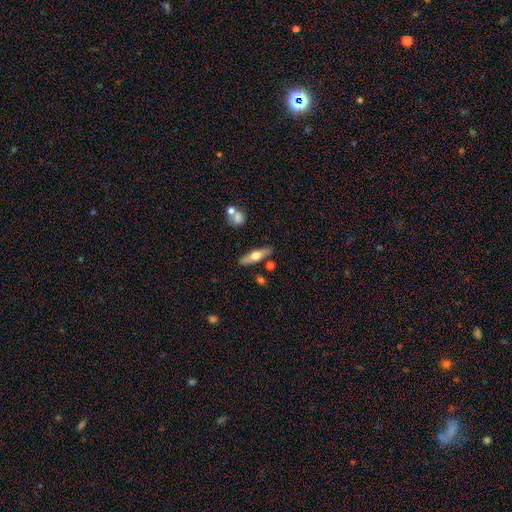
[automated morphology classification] The model was most divided on "smooth or featured": featured or disk: 48%, smooth: 46%, star or artifact: 6%. More confident: merging — none (83%).